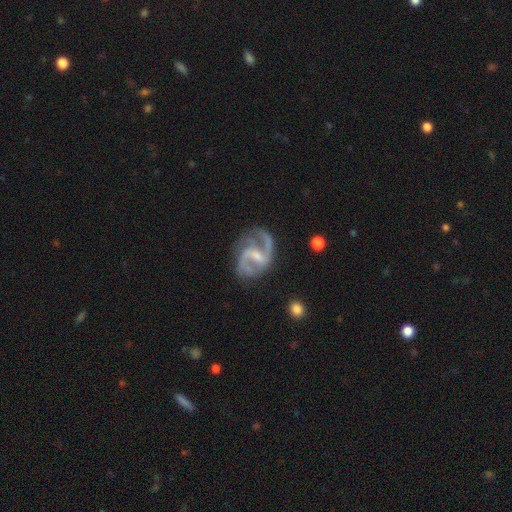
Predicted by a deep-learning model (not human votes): Q: Smooth or featured?
A: featured or disk (92%); runner-up: star or artifact (4%)
Q: Edge-on disk?
A: no (98%); runner-up: yes (2%)
Q: Bar?
A: weak (53%); runner-up: strong (30%)
Q: Spiral arms?
A: yes (98%); runner-up: no (2%)
Q: Spiral winding?
A: medium (59%); runner-up: loose (28%)
Q: Spiral arm count?
A: 2 (87%); runner-up: 3 (5%)
Q: Bulge size?
A: small (52%); runner-up: moderate (30%)
Q: Merging?
A: none (70%); runner-up: minor disturbance (18%)